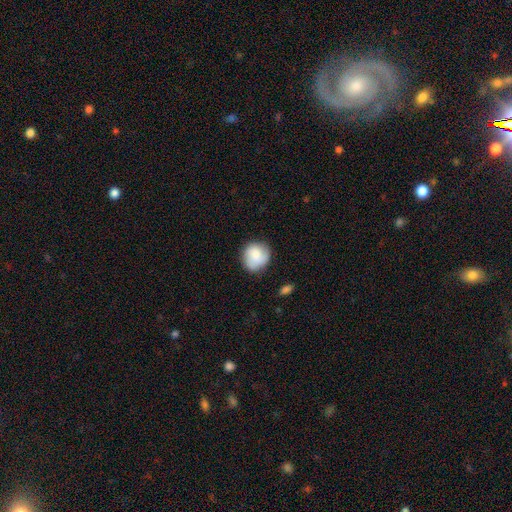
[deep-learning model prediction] Morphology: type=smooth (73%); roundness=round (82%); merging=none (72%).